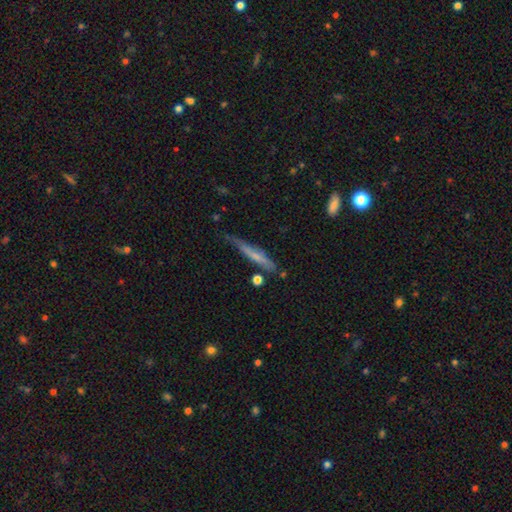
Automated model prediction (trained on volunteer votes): smooth-or-featured: smooth: 53% | featured or disk: 40% | star or artifact: 7%
  how-rounded: cigar-shaped: 91% | in between: 7% | round: 2%
  merging: none: 60% | minor disturbance: 28% | major disturbance: 7% | merger: 5%